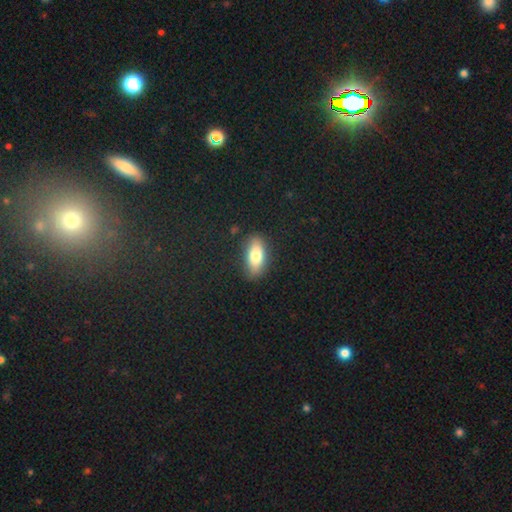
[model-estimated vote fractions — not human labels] This is likely a smooth galaxy (77%). How rounded: clearly in between (84%). Merging: clearly none (85%).